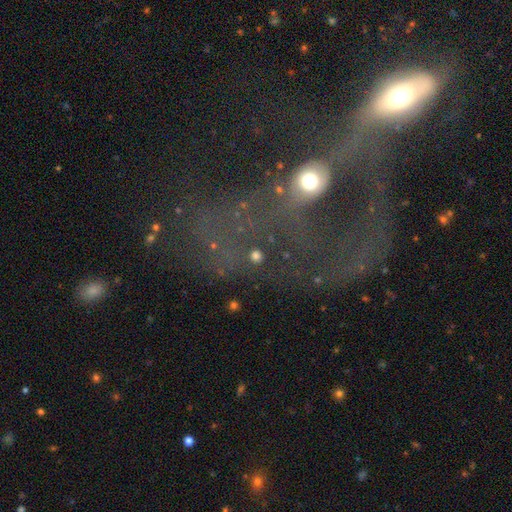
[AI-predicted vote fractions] Q: Smooth or featured?
A: smooth (41%); runner-up: star or artifact (36%)
Q: Merging?
A: none (49%); runner-up: major disturbance (20%)